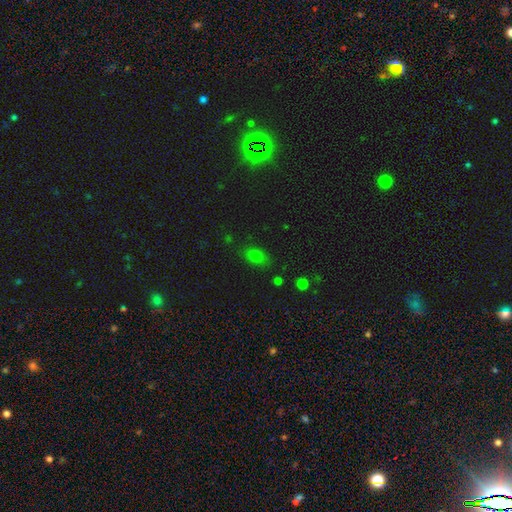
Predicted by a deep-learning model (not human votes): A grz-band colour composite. It shows a smooth galaxy with no disk features (74%) that is in between round and cigar-shaped (74%). Merging: none (80%).